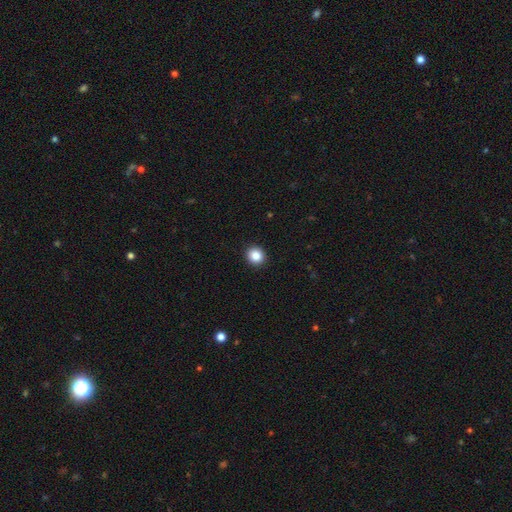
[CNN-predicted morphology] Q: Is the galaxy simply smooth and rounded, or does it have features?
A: smooth — 86%.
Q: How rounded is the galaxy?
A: round — 86%.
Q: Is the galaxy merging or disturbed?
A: none — 93%.